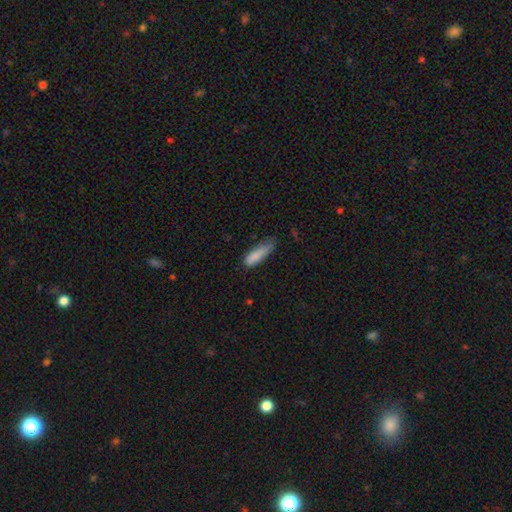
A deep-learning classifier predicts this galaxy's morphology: A smooth galaxy with no disk features (84%) that is cigar-shaped (57%). Merging: none (43%).